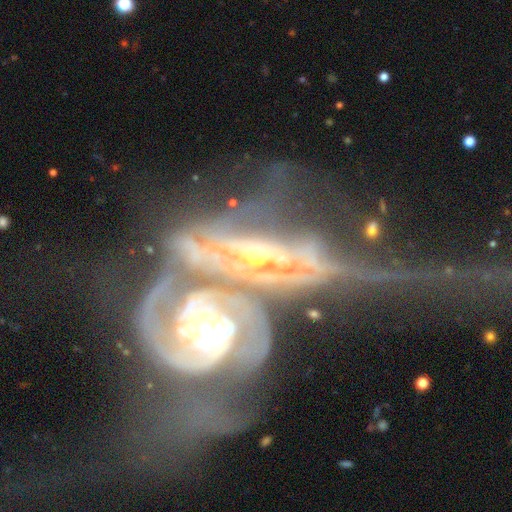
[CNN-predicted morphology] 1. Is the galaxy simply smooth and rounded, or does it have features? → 87% featured or disk, 7% smooth, 6% star or artifact.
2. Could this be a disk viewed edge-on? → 88% no, 12% yes.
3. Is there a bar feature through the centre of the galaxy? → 59% no, 24% weak, 16% strong.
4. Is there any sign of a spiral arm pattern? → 88% yes, 12% no.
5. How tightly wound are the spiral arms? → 58% tight, 29% medium, 14% loose.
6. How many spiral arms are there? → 45% 2, 34% can't tell, 8% 3, 5% 1, 4% 4, 4% more than 4.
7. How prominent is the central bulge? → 62% moderate, 27% small, 7% large, 3% none, 2% dominant.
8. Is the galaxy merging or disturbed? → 72% merger, 15% major disturbance, 7% none, 5% minor disturbance.